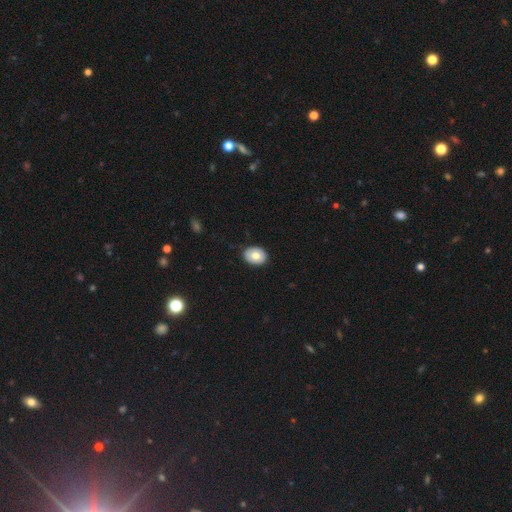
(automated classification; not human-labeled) smooth 71%, featured or disk 22%, star or artifact 7%. Down the decision tree: how rounded — in between (62%); merging — none (88%).